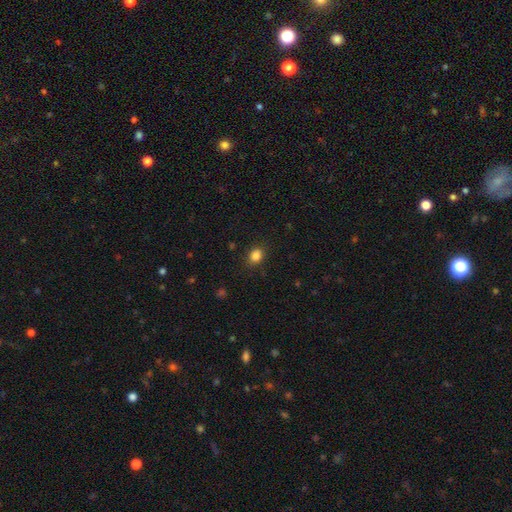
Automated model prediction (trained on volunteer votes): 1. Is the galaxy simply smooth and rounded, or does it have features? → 85% smooth, 11% star or artifact, 4% featured or disk.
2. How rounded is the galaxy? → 55% in between, 44% round, 1% cigar-shaped.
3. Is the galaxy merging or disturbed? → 85% none, 10% minor disturbance, 3% major disturbance, 1% merger.